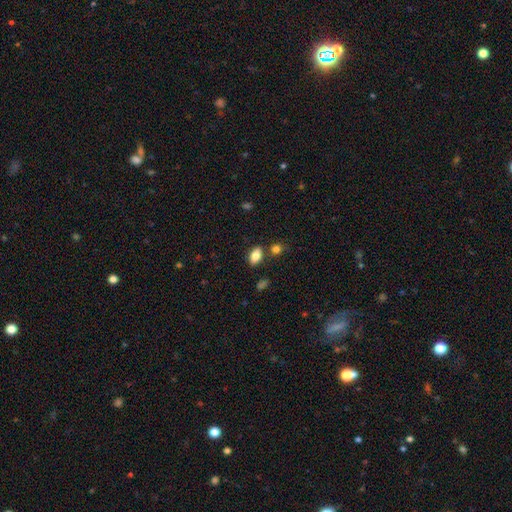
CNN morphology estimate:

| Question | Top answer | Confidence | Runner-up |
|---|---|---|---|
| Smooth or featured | smooth | 82% | featured or disk (9%) |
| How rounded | in between | 89% | round (7%) |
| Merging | none | 79% | minor disturbance (11%) |